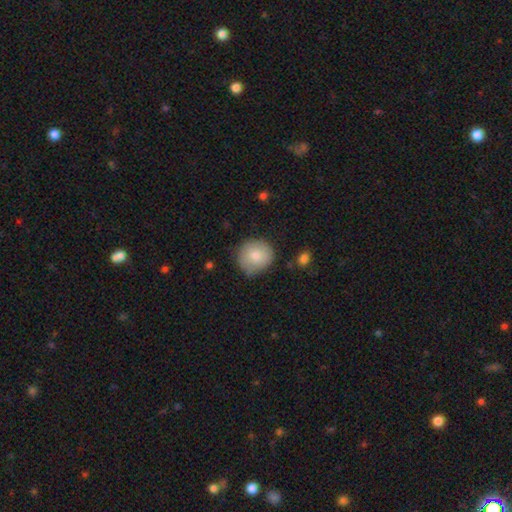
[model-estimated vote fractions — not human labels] Smooth or featured: smooth — 80% (featured or disk — 13%)
How rounded: round — 89% (in between — 10%)
Merging: none — 75% (minor disturbance — 19%)